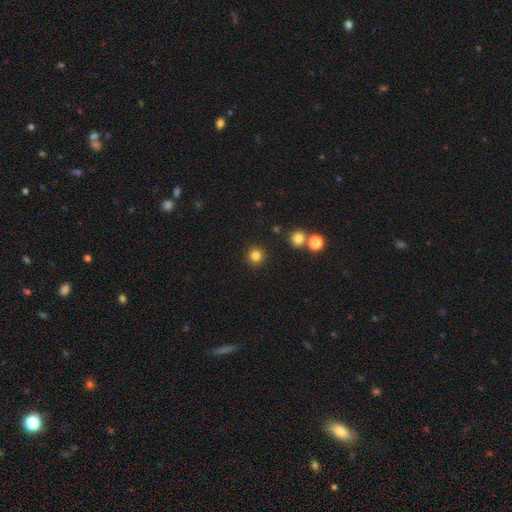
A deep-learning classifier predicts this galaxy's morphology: Smooth or featured? smooth (82%)
How rounded? round (95%)
Merging? none (91%)